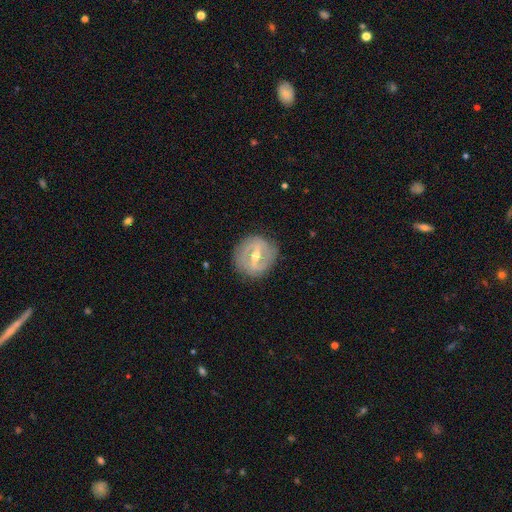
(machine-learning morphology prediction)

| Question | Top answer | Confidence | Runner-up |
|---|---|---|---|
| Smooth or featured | featured or disk | 79% | smooth (15%) |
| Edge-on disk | no | 94% | yes (6%) |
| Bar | strong | 50% | weak (38%) |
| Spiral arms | yes | 73% | no (27%) |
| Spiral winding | tight | 53% | medium (34%) |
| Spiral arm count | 2 | 70% | can't tell (19%) |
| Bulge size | moderate | 70% | small (26%) |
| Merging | none | 83% | minor disturbance (12%) |